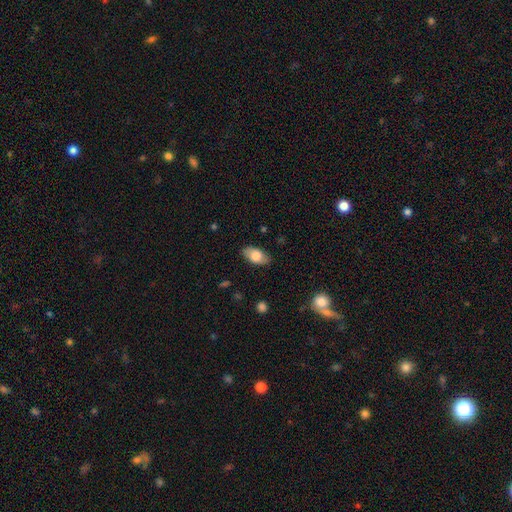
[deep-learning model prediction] A smooth galaxy with no disk features (78%) that is in between round and cigar-shaped (93%). Merging: none (85%).